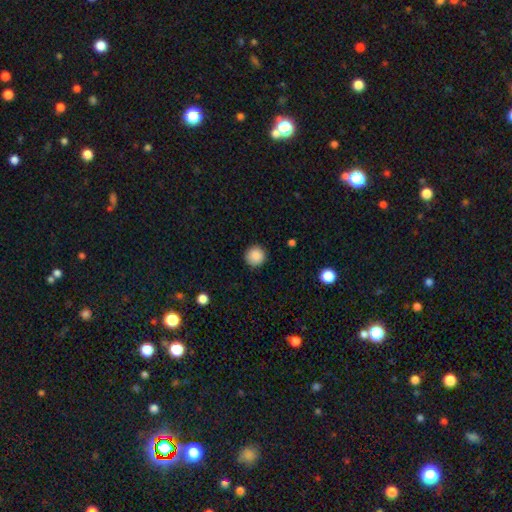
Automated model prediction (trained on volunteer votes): Smooth or featured? smooth (88%)
How rounded? round (95%)
Merging? none (91%)